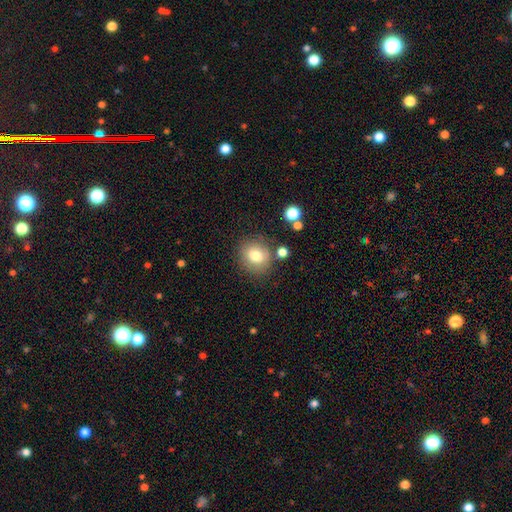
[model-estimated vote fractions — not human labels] This is likely a smooth galaxy (77%). How rounded: likely round (79%). Merging: likely none (77%).